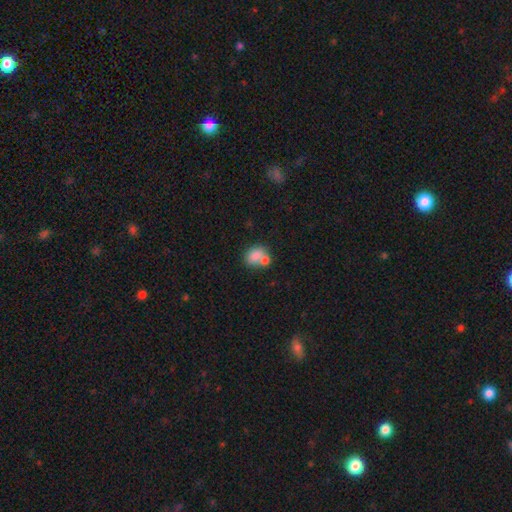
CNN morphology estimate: smooth_or_featured: smooth (p=0.79) [alt: featured or disk p=0.12]
how_rounded: in between (p=0.65) [alt: round p=0.33]
merging: merger (p=0.51) [alt: none p=0.35]